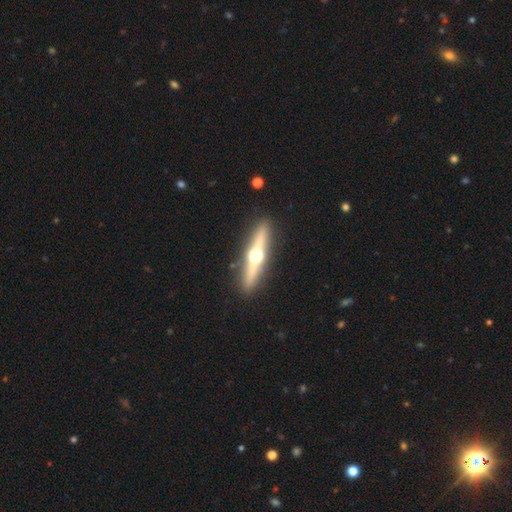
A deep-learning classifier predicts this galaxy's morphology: smooth-or-featured: featured or disk: 71% | smooth: 23% | star or artifact: 6%
  disk-edge-on: yes: 96% | no: 4%
    edge-on-bulge: rounded: 97% | boxy: 2% | none: 2%
  merging: none: 90% | minor disturbance: 6% | major disturbance: 2% | merger: 1%